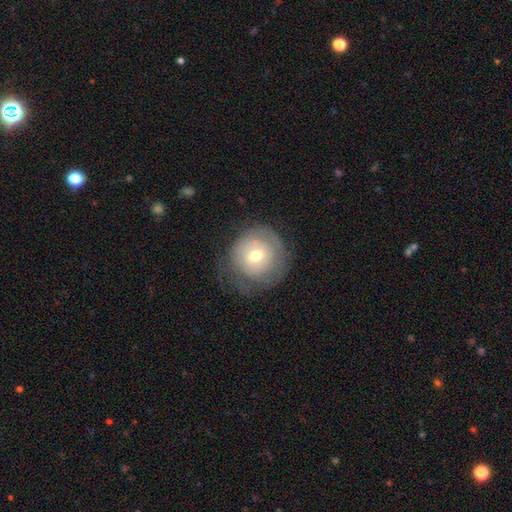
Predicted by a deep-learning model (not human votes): smooth_or_featured: smooth (p=0.56) [alt: featured or disk p=0.35]
how_rounded: round (p=0.91) [alt: in between p=0.08]
merging: none (p=0.57) [alt: minor disturbance p=0.24]